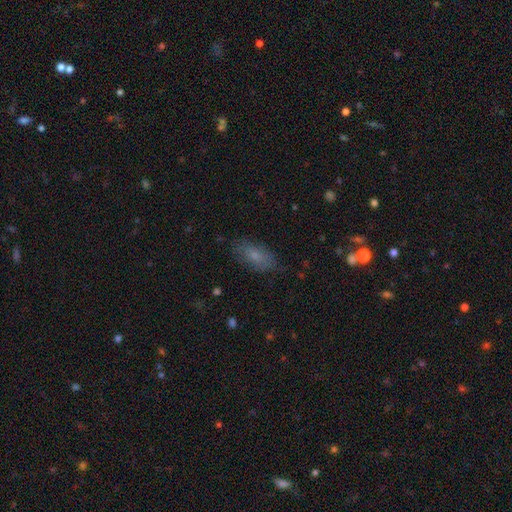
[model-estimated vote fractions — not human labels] Smooth or featured?
  - smooth: 72% *
  - featured or disk: 18%
  - star or artifact: 11%
How rounded?
  - in between: 84% *
  - cigar-shaped: 12%
  - round: 4%
Merging?
  - none: 79% *
  - minor disturbance: 16%
  - major disturbance: 4%
  - merger: 1%